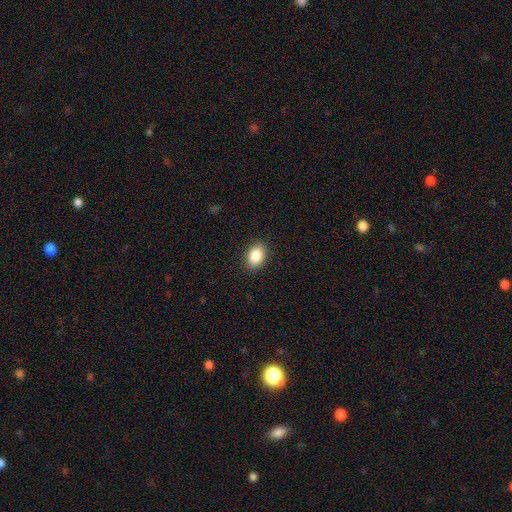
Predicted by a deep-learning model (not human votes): A smooth galaxy with no disk features (87%) that is in between round and cigar-shaped (78%).

Vote fractions:
- Smooth or featured? smooth: 87% / star or artifact: 8% / featured or disk: 5%
- How rounded? in between: 78% / round: 20% / cigar-shaped: 1%
- Merging? none: 89% / minor disturbance: 8% / major disturbance: 2% / merger: 1%